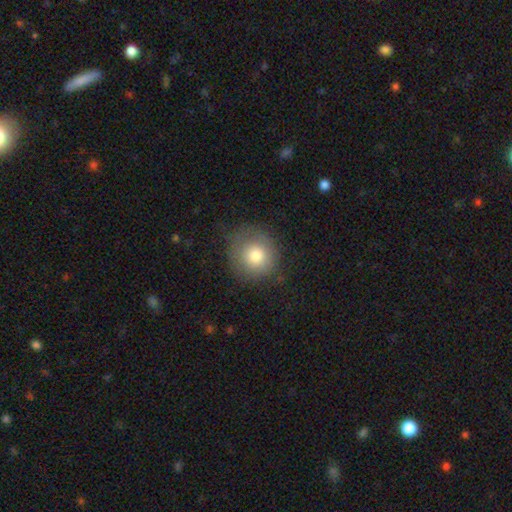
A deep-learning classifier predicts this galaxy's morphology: smooth_or_featured: smooth (p=0.79) [alt: featured or disk p=0.12]
how_rounded: round (p=0.89) [alt: in between p=0.10]
merging: none (p=0.73) [alt: minor disturbance p=0.18]